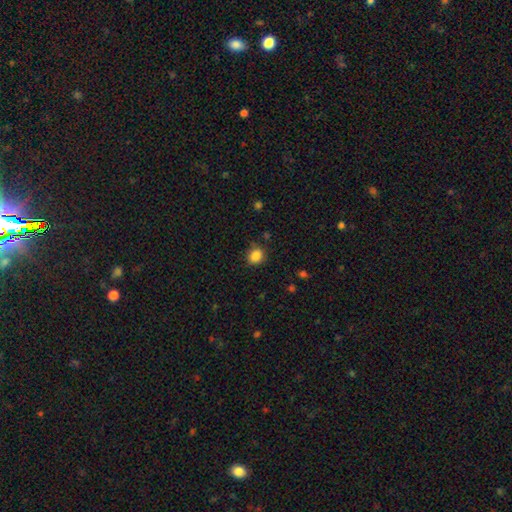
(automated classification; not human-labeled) This appears to be a smooth galaxy with no disk features (85%) that is round (78%). Merging: none (83%).